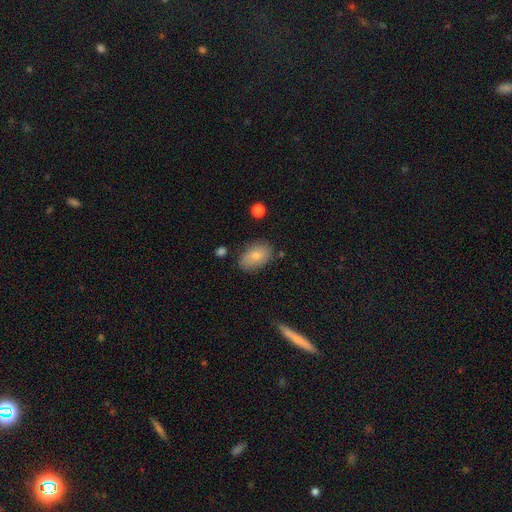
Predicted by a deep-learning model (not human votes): Morphology: type=smooth (76%); roundness=in between (86%); merging=none (79%).